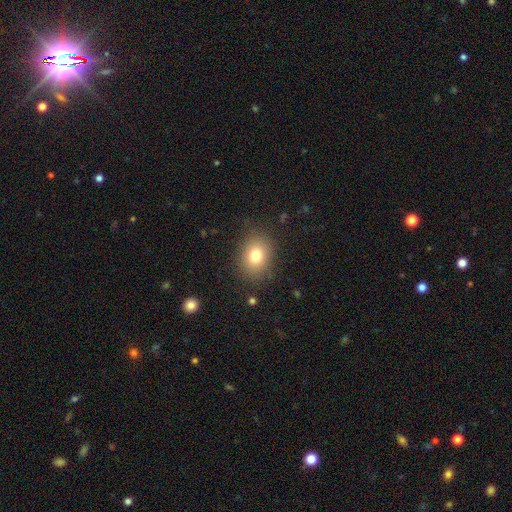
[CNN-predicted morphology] smooth 78%, star or artifact 12%, featured or disk 11%. Down the decision tree: how rounded — in between (54%); merging — none (84%).